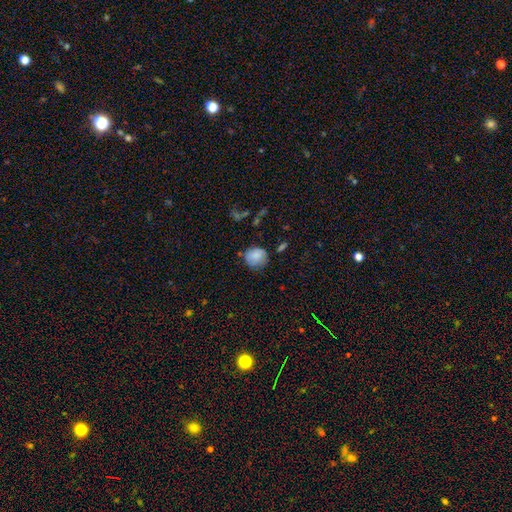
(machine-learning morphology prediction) Smooth or featured? Predicted: smooth (p=0.81). How rounded? Predicted: round (p=0.79). Merging? Predicted: none (p=0.67).